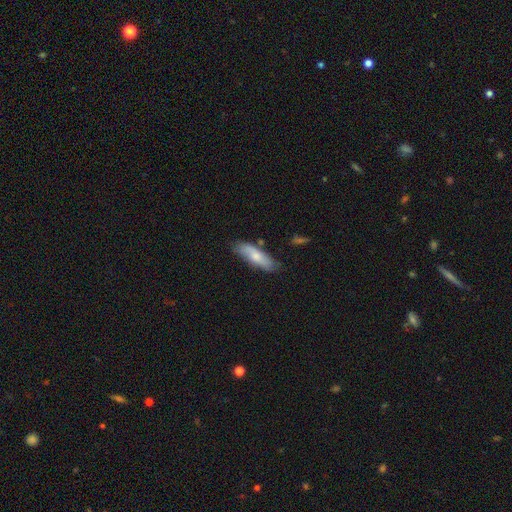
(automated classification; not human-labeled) Smooth or featured?
  - smooth: 70% *
  - featured or disk: 24%
  - star or artifact: 6%
How rounded?
  - in between: 53% *
  - cigar-shaped: 44%
  - round: 2%
Merging?
  - none: 72% *
  - minor disturbance: 20%
  - merger: 4%
  - major disturbance: 4%